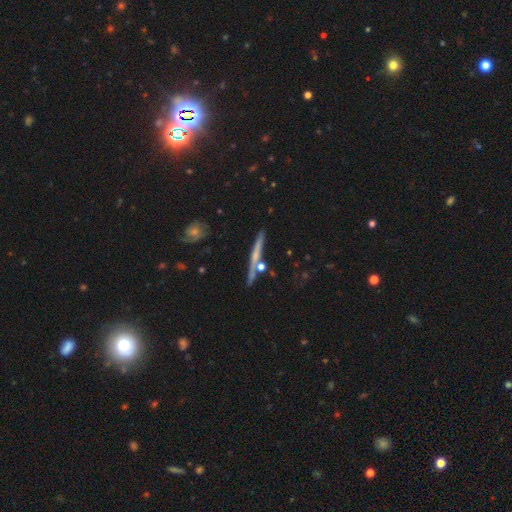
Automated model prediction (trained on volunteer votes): featured or disk 61%, smooth 32%, star or artifact 7%. Down the decision tree: edge-on disk — yes (96%); edge-on bulge — none (58%); merging — none (82%).